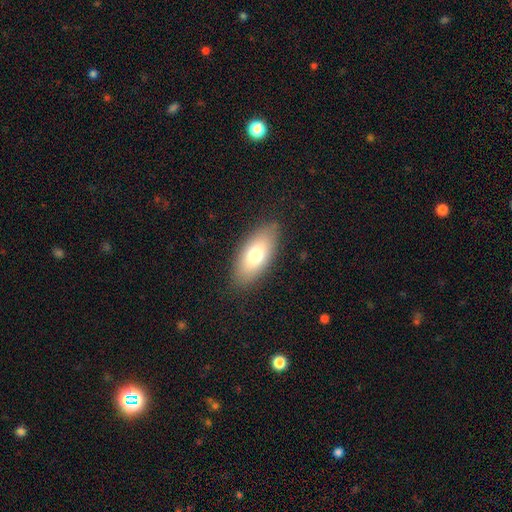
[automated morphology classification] This appears to be a smooth galaxy with no disk features (73%) that is in between round and cigar-shaped (87%). Merging: none (86%).